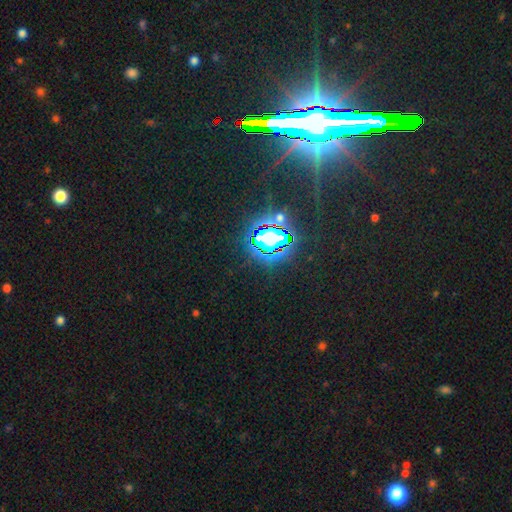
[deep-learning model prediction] Overall: star or artifact (84%).